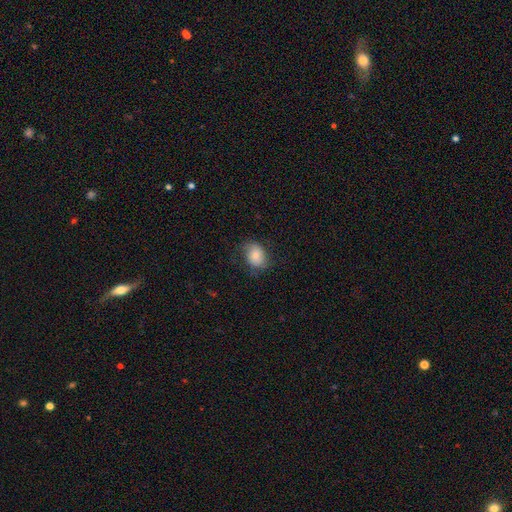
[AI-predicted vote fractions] This is likely a smooth galaxy (75%). How rounded: likely in between (63%). Merging: likely none (64%).